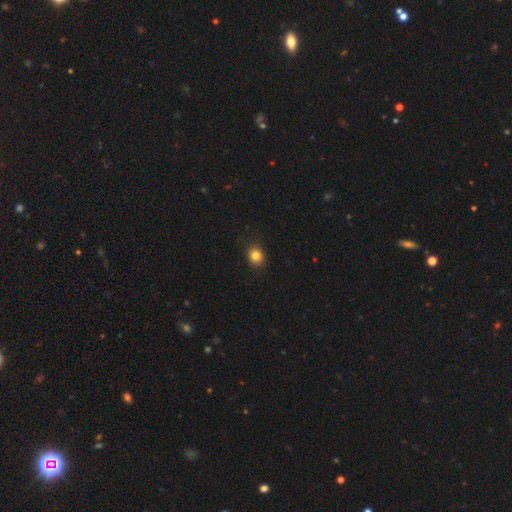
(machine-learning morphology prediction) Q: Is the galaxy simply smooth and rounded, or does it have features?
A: smooth — 84%.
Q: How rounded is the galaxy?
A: round — 66%.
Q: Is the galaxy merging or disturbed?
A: none — 88%.